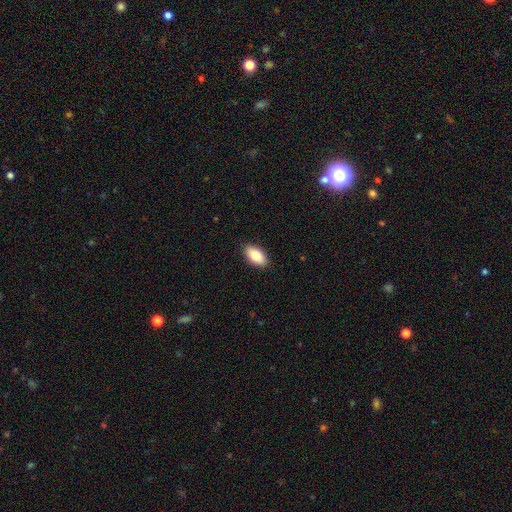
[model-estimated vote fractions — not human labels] A smooth galaxy with no disk features (85%) that is in between round and cigar-shaped (92%).

Vote fractions:
- Smooth or featured? smooth: 85% / featured or disk: 8% / star or artifact: 7%
- How rounded? in between: 92% / cigar-shaped: 4% / round: 3%
- Merging? none: 89% / minor disturbance: 8% / major disturbance: 2% / merger: 1%